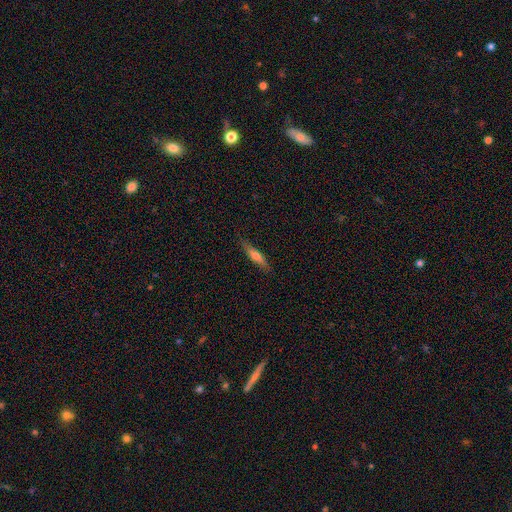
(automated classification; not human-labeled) Smooth or featured?
  - smooth: 61% *
  - featured or disk: 33%
  - star or artifact: 6%
How rounded?
  - cigar-shaped: 81% *
  - in between: 17%
  - round: 2%
Merging?
  - none: 85% *
  - minor disturbance: 12%
  - major disturbance: 2%
  - merger: 1%